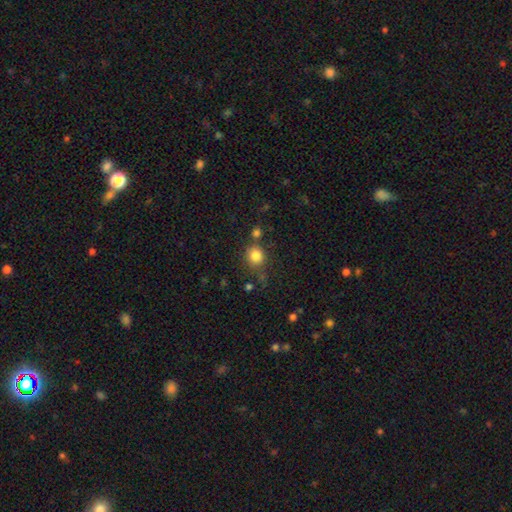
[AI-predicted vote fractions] Smooth or featured? smooth (82%)
How rounded? round (82%)
Merging? none (70%)